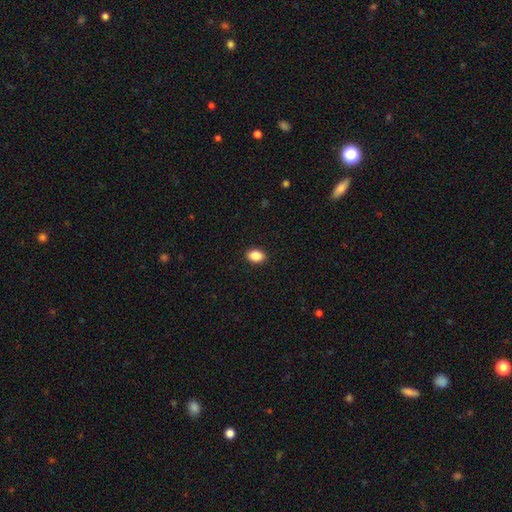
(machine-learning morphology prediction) This is clearly a smooth galaxy (88%). How rounded: clearly in between (81%). Merging: clearly none (91%).